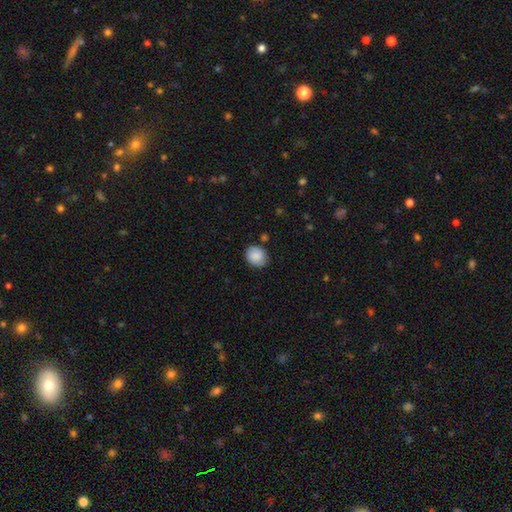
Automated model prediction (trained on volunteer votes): smooth-or-featured: smooth: 84% | featured or disk: 9% | star or artifact: 7%
  how-rounded: round: 69% | in between: 31% | cigar-shaped: 1%
  merging: none: 79% | minor disturbance: 16% | major disturbance: 3% | merger: 2%